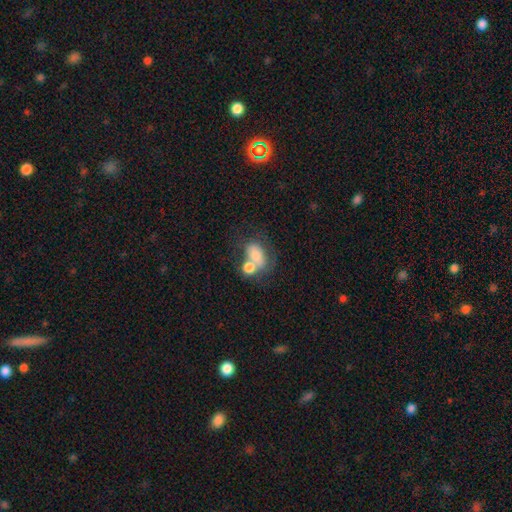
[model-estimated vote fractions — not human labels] Smooth or featured: smooth — 67% (featured or disk — 22%)
How rounded: in between — 76% (round — 22%)
Merging: merger — 48% (none — 28%)